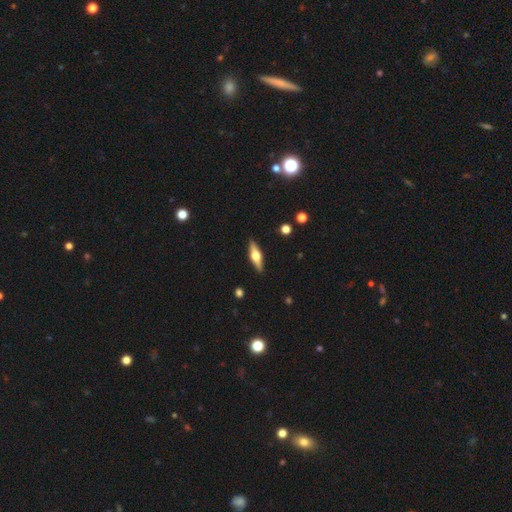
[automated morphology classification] Smooth or featured? featured or disk (64%)
Edge-on disk? yes (96%)
Edge-on bulge? rounded (93%)
Merging? none (90%)